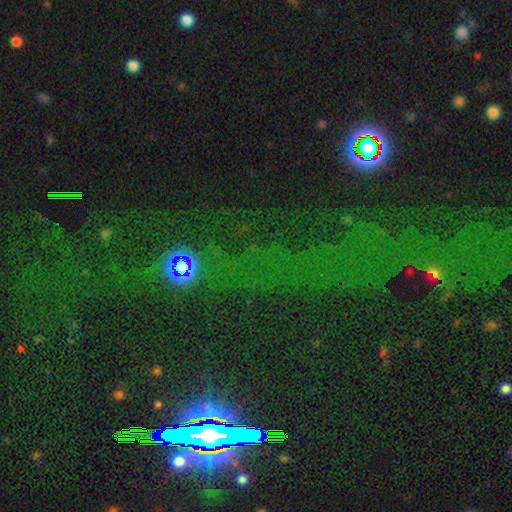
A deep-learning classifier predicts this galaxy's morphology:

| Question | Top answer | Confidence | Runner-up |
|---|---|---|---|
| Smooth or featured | star or artifact | 73% | smooth (18%) |